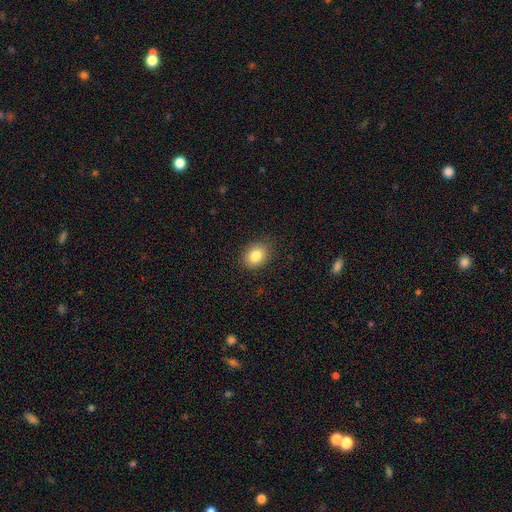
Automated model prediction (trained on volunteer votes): smooth_or_featured: smooth (p=0.84) [alt: star or artifact p=0.09]
how_rounded: in between (p=0.60) [alt: round p=0.39]
merging: none (p=0.86) [alt: minor disturbance p=0.11]